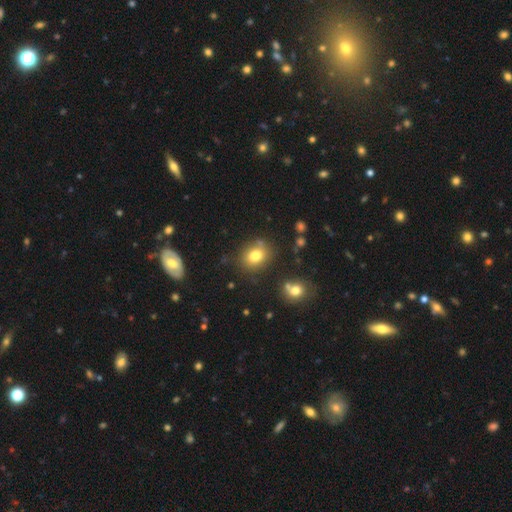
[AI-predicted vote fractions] Smooth or featured: smooth — 79% (star or artifact — 12%)
How rounded: round — 52% (in between — 47%)
Merging: none — 78% (minor disturbance — 12%)